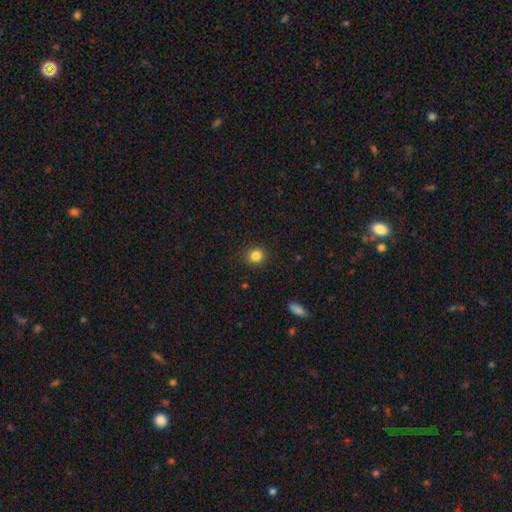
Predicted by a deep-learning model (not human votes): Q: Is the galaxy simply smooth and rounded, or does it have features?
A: smooth — 84%.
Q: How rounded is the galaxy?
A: round — 84%.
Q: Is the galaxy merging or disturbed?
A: none — 91%.